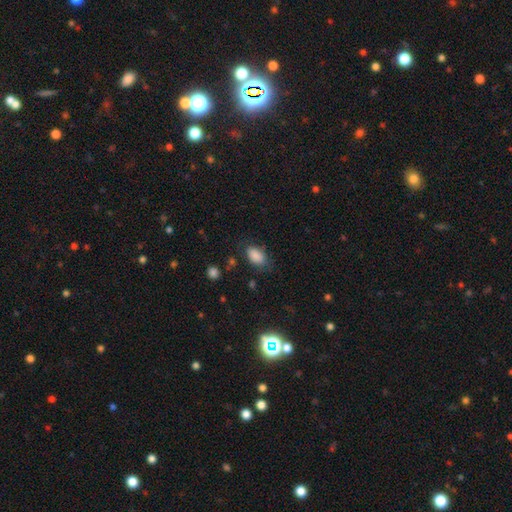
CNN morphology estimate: A smooth galaxy with no disk features (87%) that is in between round and cigar-shaped (90%).

Vote fractions:
- Smooth or featured? smooth: 87% / star or artifact: 8% / featured or disk: 5%
- How rounded? in between: 90% / round: 8% / cigar-shaped: 2%
- Merging? none: 69% / minor disturbance: 21% / major disturbance: 7% / merger: 2%